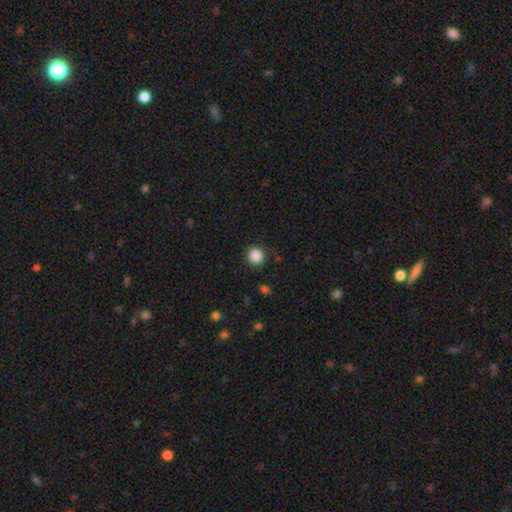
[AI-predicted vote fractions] This appears to be a smooth galaxy with no disk features (87%) that is round (93%). Merging: none (87%).